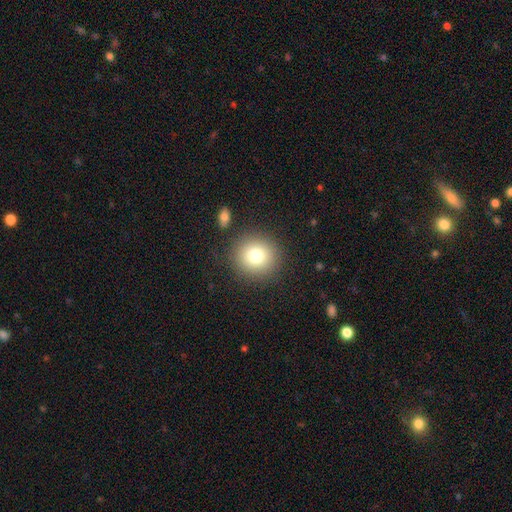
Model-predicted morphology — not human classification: Smooth or featured? smooth (78%)
How rounded? round (90%)
Merging? none (87%)